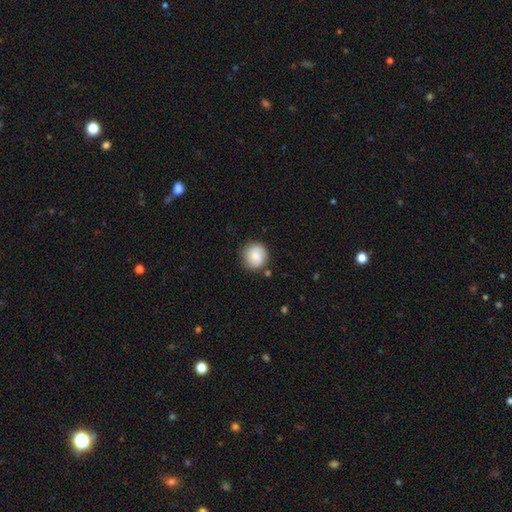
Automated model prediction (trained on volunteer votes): Smooth or featured? Predicted: smooth (p=0.77). How rounded? Predicted: round (p=0.91). Merging? Predicted: none (p=0.80).